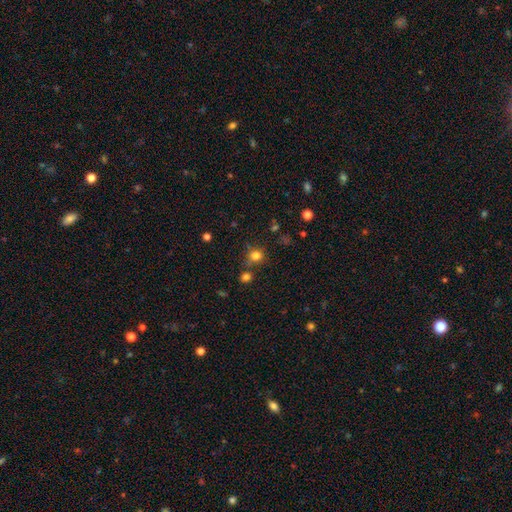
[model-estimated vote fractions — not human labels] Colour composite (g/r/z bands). It shows a smooth galaxy with no disk features (77%) that is round (85%). Merging: none (71%).